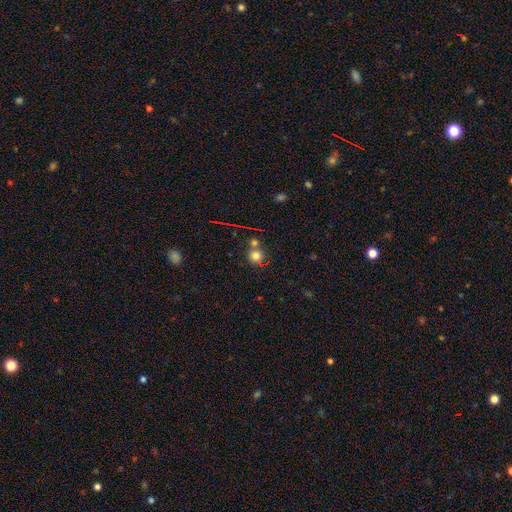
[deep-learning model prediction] Overall: smooth (75%). How rounded: round (89%). Merging: none (60%; merger 28%).